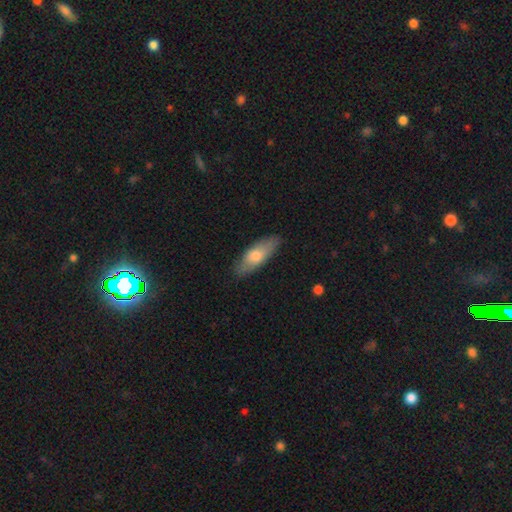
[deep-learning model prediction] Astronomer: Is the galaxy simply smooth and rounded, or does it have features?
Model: smooth — 68%.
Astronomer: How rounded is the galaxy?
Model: in between — 63%.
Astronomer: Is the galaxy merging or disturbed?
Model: none — 84%.